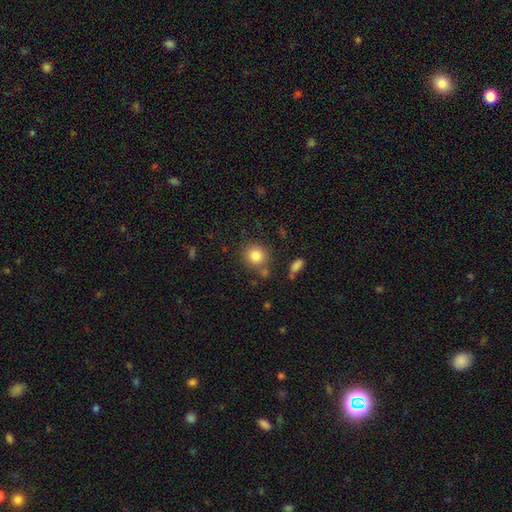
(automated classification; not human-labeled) Smooth or featured: smooth — 84% (star or artifact — 10%)
How rounded: round — 83% (in between — 16%)
Merging: none — 73% (minor disturbance — 13%)